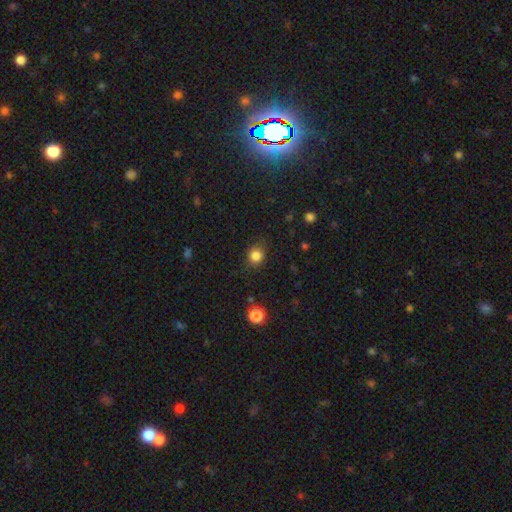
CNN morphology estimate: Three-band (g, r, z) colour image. It shows a smooth galaxy with no disk features (84%) that is round (80%). Merging: none (82%).